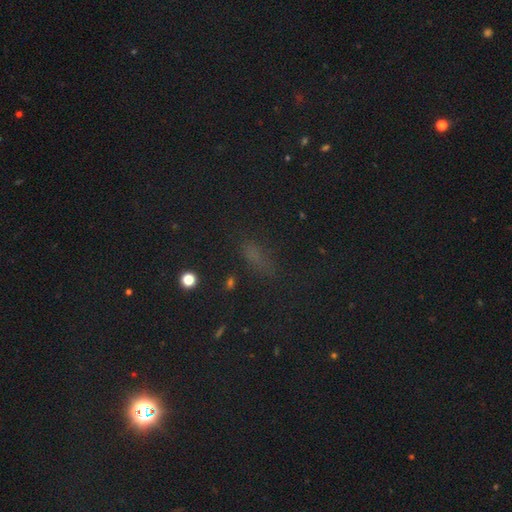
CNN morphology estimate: This is possibly a smooth galaxy (53%). How rounded: likely in between (61%). Merging: likely none (71%).